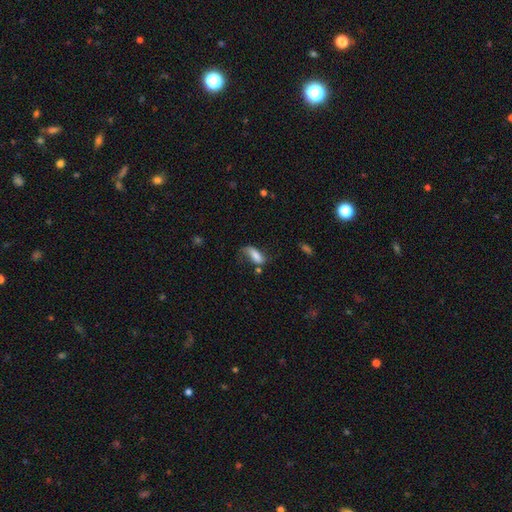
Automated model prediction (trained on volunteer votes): Overall: smooth (70%). How rounded: in between (78%). Merging: none (35%; major disturbance 30%).